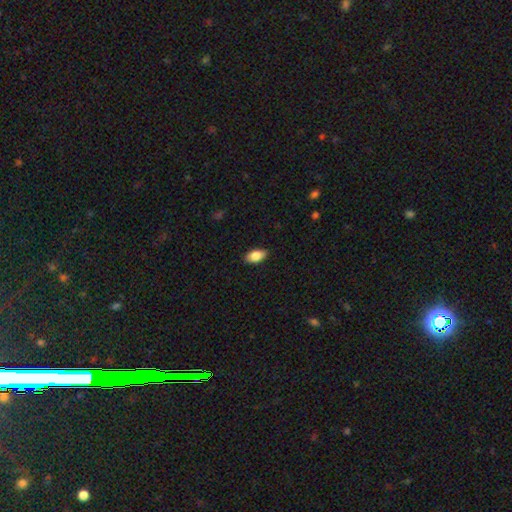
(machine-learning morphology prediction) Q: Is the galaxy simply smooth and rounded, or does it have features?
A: smooth — 84%.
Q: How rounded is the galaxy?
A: in between — 92%.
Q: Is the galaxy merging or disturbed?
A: none — 88%.